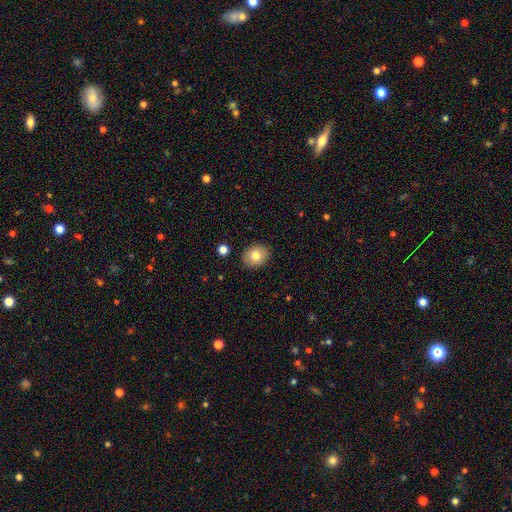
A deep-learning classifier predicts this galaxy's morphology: Smooth or featured?
  - smooth: 78% *
  - featured or disk: 13%
  - star or artifact: 9%
How rounded?
  - round: 52% *
  - in between: 47%
  - cigar-shaped: 1%
Merging?
  - none: 89% *
  - minor disturbance: 8%
  - major disturbance: 2%
  - merger: 1%